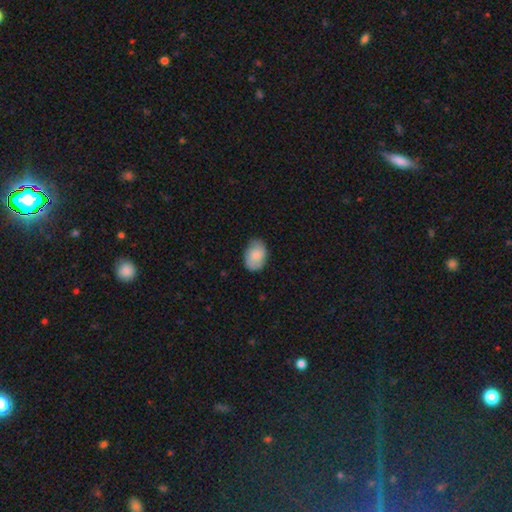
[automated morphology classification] smooth_or_featured: smooth (p=0.78) [alt: featured or disk p=0.16]
how_rounded: in between (p=0.79) [alt: round p=0.20]
merging: none (p=0.78) [alt: minor disturbance p=0.18]